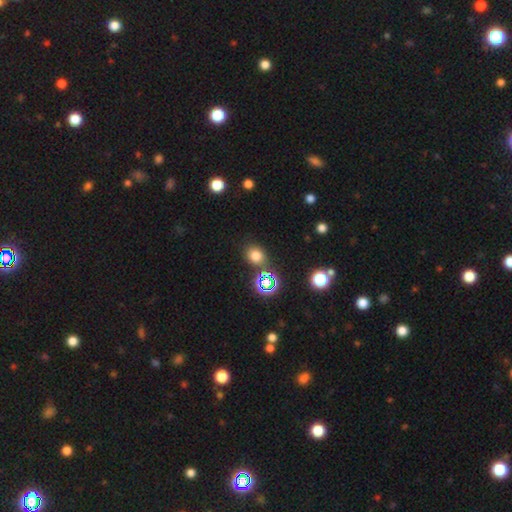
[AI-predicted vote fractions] Smooth or featured?
  - smooth: 71% *
  - star or artifact: 22%
  - featured or disk: 7%
How rounded?
  - round: 66% *
  - in between: 33%
  - cigar-shaped: 1%
Merging?
  - none: 78% *
  - minor disturbance: 11%
  - merger: 8%
  - major disturbance: 4%